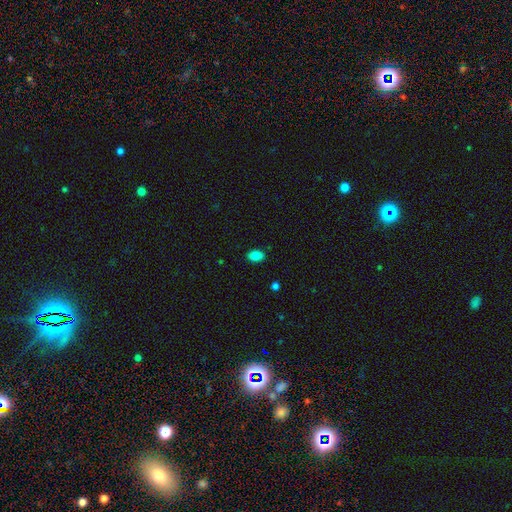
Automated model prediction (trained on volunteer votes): smooth 86%, star or artifact 9%, featured or disk 5%. Down the decision tree: how rounded — in between (87%); merging — none (87%).